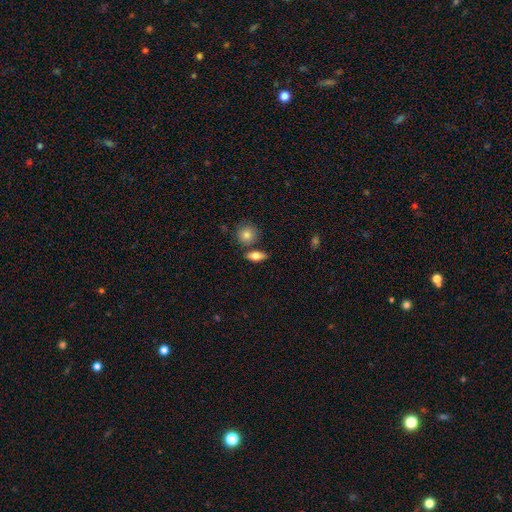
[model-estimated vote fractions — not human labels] Smooth or featured? Predicted: smooth (p=0.71). How rounded? Predicted: in between (p=0.70). Merging? Predicted: none (p=0.72).